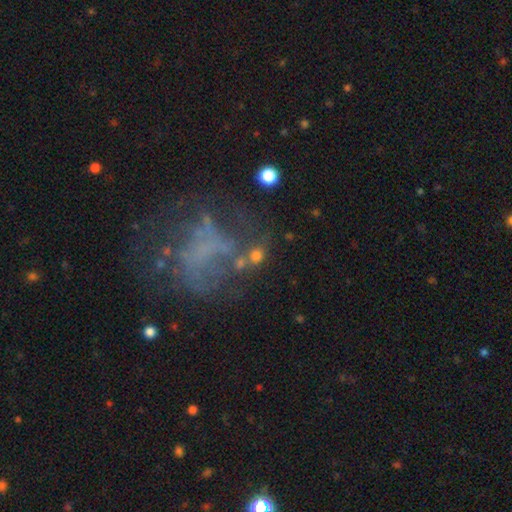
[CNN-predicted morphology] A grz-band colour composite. It shows a smooth galaxy with no disk features (45%). Merging: none (52%).